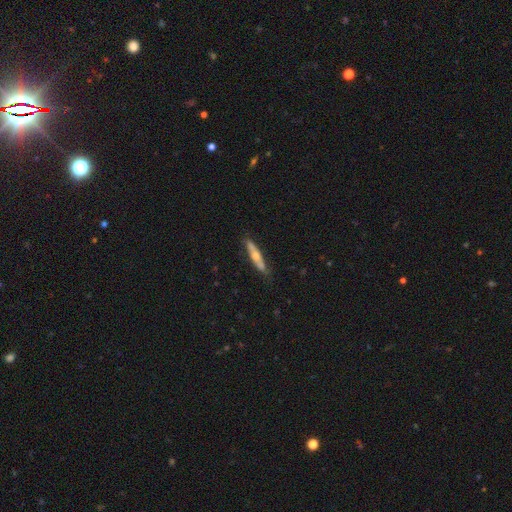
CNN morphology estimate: A featured or disk galaxy (54%) viewed edge-on (80%). Merging: none (79%).